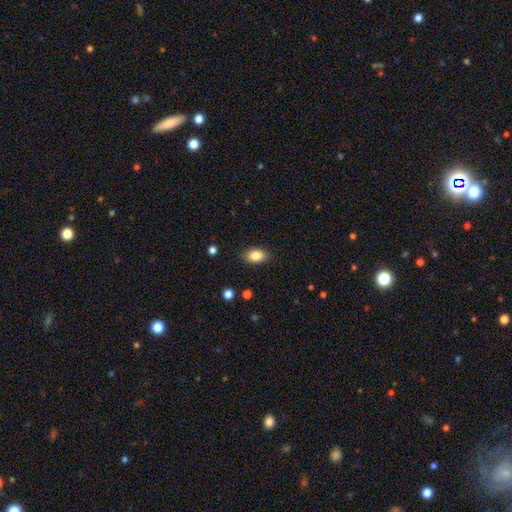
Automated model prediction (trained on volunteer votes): Smooth or featured? smooth (85%)
How rounded? in between (87%)
Merging? none (86%)